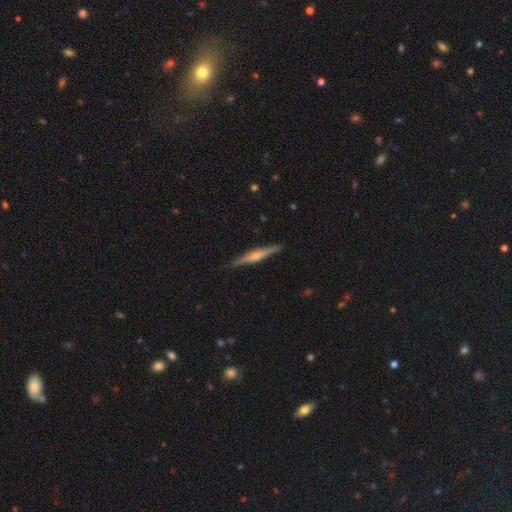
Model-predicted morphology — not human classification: smooth_or_featured: featured or disk (p=0.66) [alt: smooth p=0.28]
disk_edge_on: yes (p=0.98) [alt: no p=0.02]
edge_on_bulge: rounded (p=0.78) [alt: boxy p=0.12]
merging: none (p=0.89) [alt: minor disturbance p=0.08]